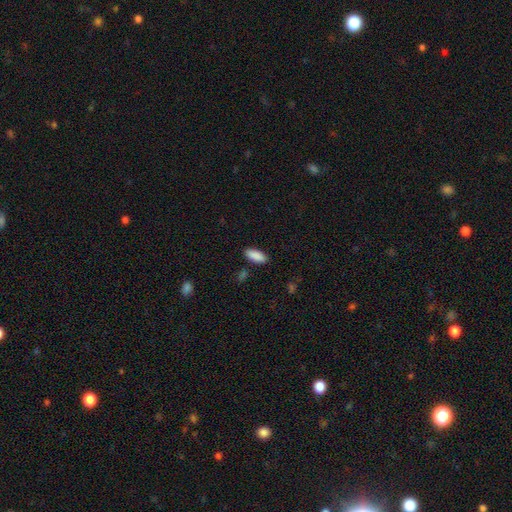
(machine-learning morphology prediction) A smooth galaxy with no disk features (90%) that is in between round and cigar-shaped (83%). Merging: none (86%).